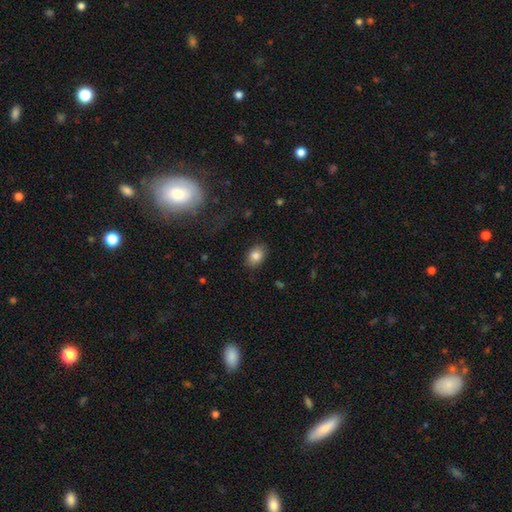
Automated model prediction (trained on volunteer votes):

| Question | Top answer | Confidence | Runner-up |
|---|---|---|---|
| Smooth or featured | smooth | 83% | star or artifact (9%) |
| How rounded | in between | 80% | round (19%) |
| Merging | none | 86% | minor disturbance (11%) |